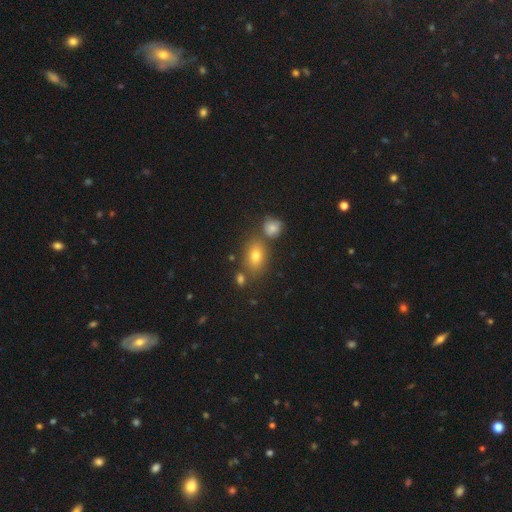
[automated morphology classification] smooth 73%, star or artifact 14%, featured or disk 13%. Down the decision tree: how rounded — in between (73%); merging — none (67%).